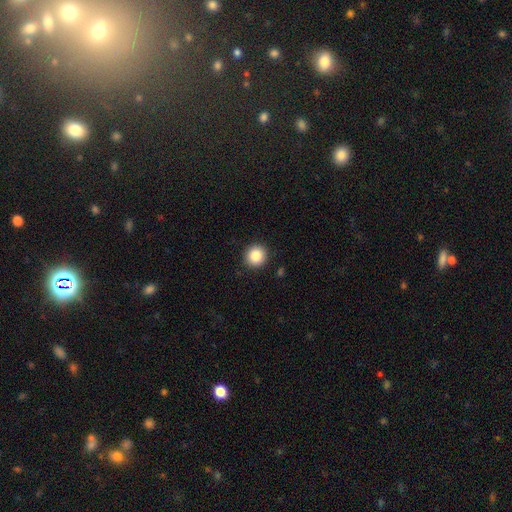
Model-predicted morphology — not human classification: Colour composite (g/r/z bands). It shows a smooth galaxy with no disk features (86%) that is round (91%). Merging: none (91%).